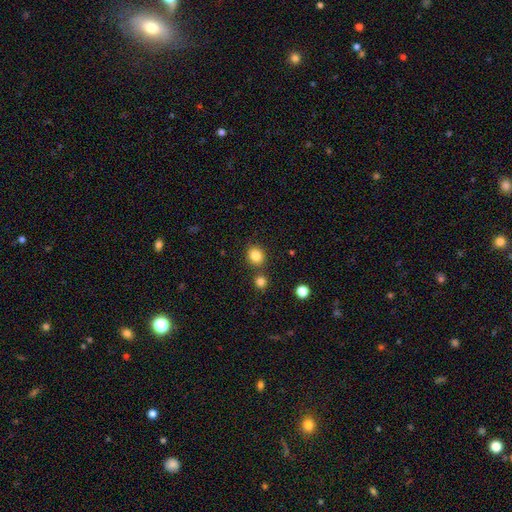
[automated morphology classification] Smooth or featured?
  - smooth: 84% *
  - star or artifact: 11%
  - featured or disk: 5%
How rounded?
  - round: 72% *
  - in between: 27%
  - cigar-shaped: 1%
Merging?
  - none: 78% *
  - merger: 11%
  - minor disturbance: 9%
  - major disturbance: 3%